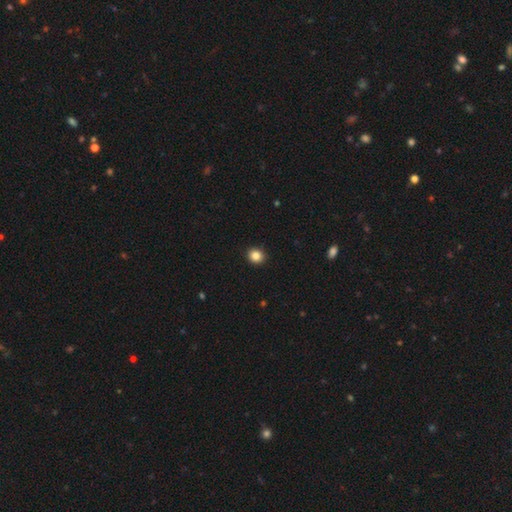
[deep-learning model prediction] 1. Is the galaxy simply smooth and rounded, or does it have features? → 85% smooth, 10% star or artifact, 5% featured or disk.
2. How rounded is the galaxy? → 79% round, 20% in between, 1% cigar-shaped.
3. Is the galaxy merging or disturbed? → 92% none, 5% minor disturbance, 2% major disturbance, 1% merger.